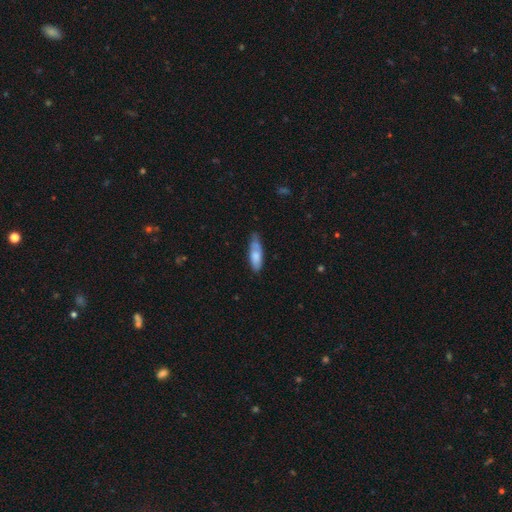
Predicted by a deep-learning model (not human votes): smooth 75%, featured or disk 19%, star or artifact 6%. Down the decision tree: how rounded — in between (56%); merging — none (56%).